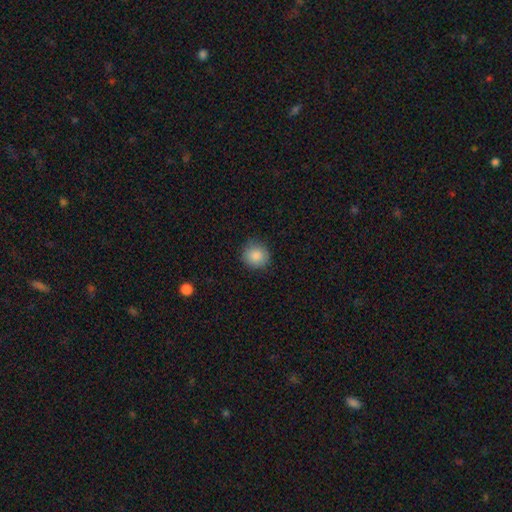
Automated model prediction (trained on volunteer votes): Smooth or featured: smooth — 88% (star or artifact — 8%)
How rounded: round — 91% (in between — 9%)
Merging: none — 87% (minor disturbance — 9%)